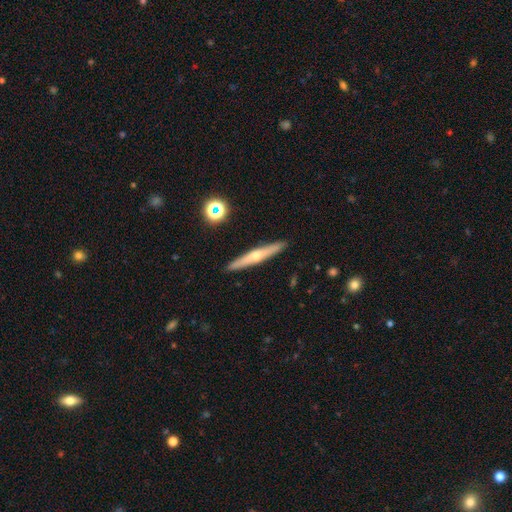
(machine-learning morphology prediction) Smooth or featured: featured or disk — 58% (smooth — 34%)
Edge-on disk: yes — 96% (no — 4%)
Edge-on bulge: rounded — 82% (none — 14%)
Merging: none — 91% (minor disturbance — 6%)